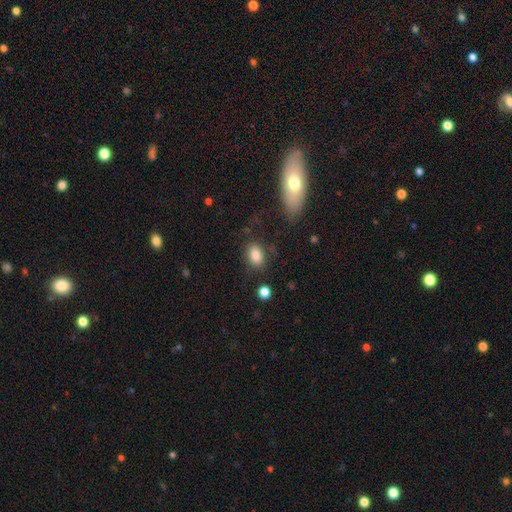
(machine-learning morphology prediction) Smooth or featured?
  - smooth: 85% *
  - star or artifact: 9%
  - featured or disk: 6%
How rounded?
  - in between: 80% *
  - round: 18%
  - cigar-shaped: 1%
Merging?
  - none: 78% *
  - minor disturbance: 13%
  - major disturbance: 5%
  - merger: 4%